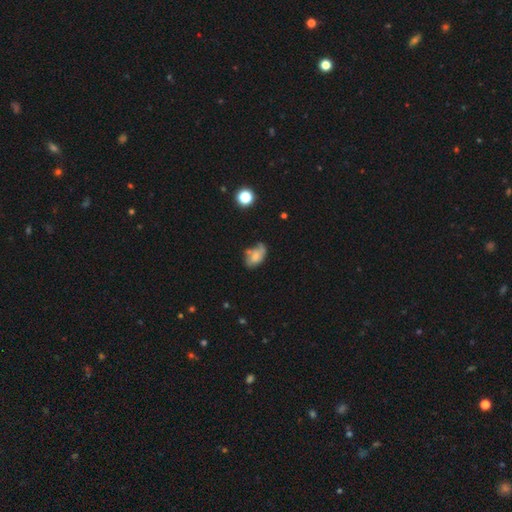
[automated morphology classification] smooth_or_featured: smooth (p=0.53) [alt: featured or disk p=0.37]
how_rounded: in between (p=0.88) [alt: round p=0.10]
merging: none (p=0.40) [alt: minor disturbance p=0.32]